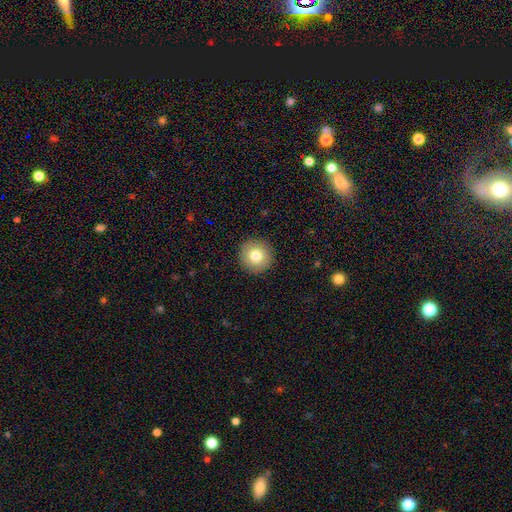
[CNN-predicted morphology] Q: Smooth or featured?
A: smooth (79%); runner-up: featured or disk (11%)
Q: How rounded?
A: round (96%); runner-up: in between (3%)
Q: Merging?
A: none (92%); runner-up: minor disturbance (5%)